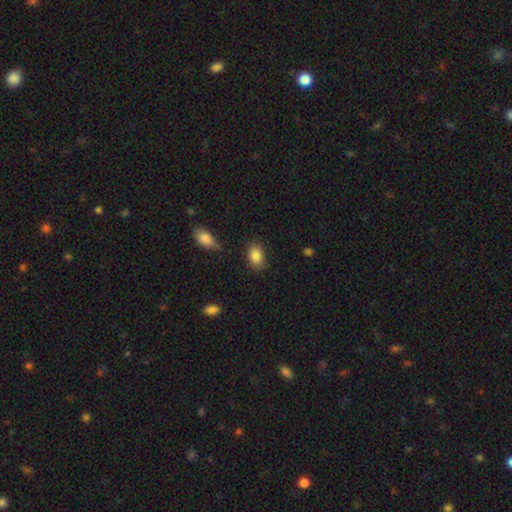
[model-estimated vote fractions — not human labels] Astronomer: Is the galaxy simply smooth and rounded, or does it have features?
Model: smooth — 87%.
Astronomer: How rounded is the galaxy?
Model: in between — 85%.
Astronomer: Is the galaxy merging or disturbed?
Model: none — 83%.